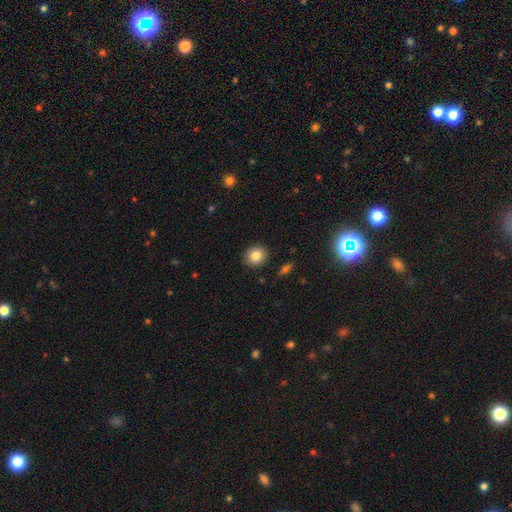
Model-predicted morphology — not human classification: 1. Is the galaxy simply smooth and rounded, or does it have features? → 83% smooth, 9% star or artifact, 8% featured or disk.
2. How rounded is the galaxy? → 79% round, 20% in between, 1% cigar-shaped.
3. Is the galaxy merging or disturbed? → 90% none, 6% minor disturbance, 2% major disturbance, 1% merger.